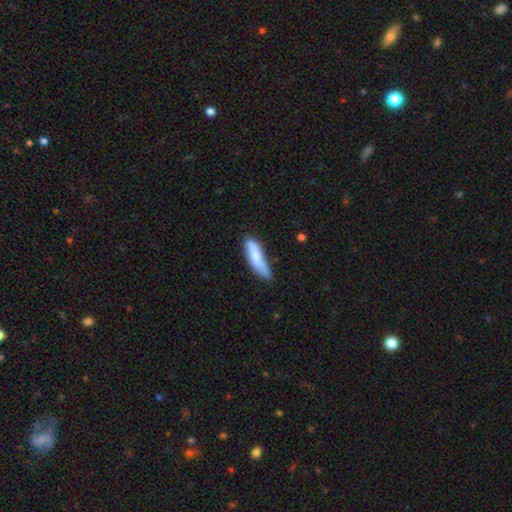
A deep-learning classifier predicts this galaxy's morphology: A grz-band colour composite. It shows a smooth galaxy with no disk features (77%) that is cigar-shaped (72%). Merging: none (55%).